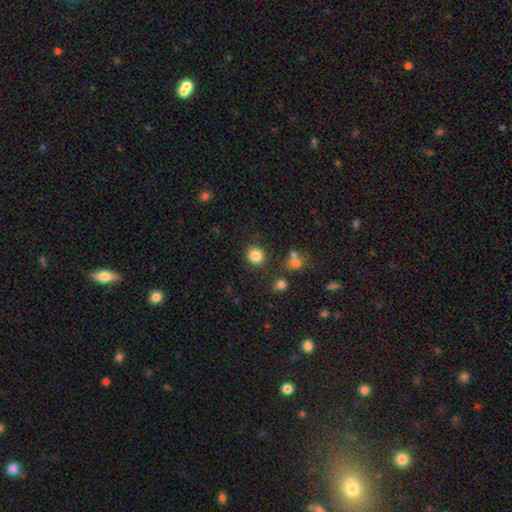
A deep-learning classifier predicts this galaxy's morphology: This appears to be a smooth galaxy with no disk features (84%) that is round (89%). Merging: none (85%).